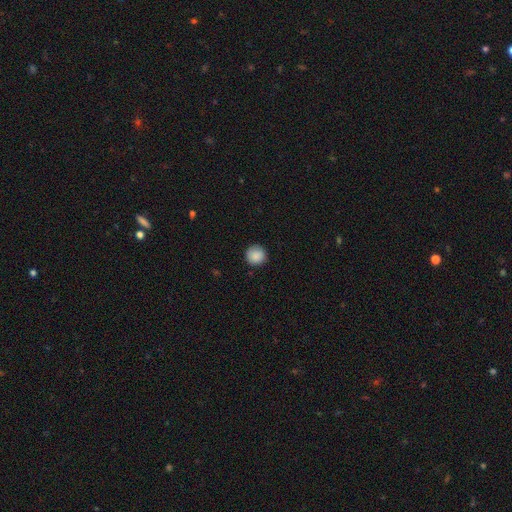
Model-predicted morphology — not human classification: Smooth or featured? Predicted: smooth (p=0.88). How rounded? Predicted: round (p=0.95). Merging? Predicted: none (p=0.88).